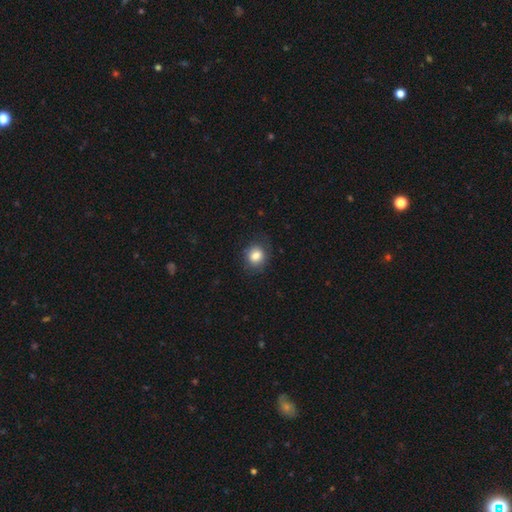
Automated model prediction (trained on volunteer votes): Morphology: type=smooth (82%); roundness=round (73%); merging=none (80%).